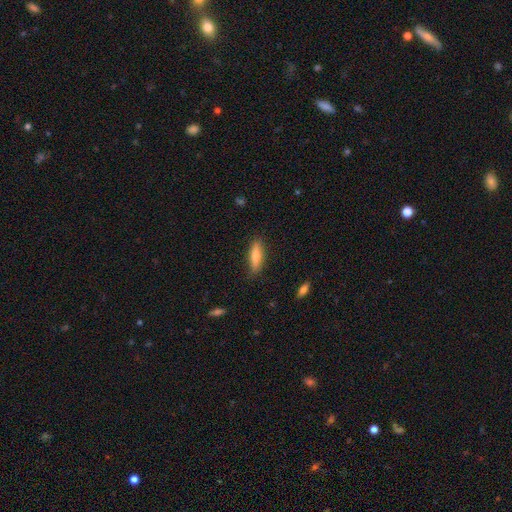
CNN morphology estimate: The model was most divided on "how rounded": cigar-shaped: 68%, in between: 30%, round: 2%. More confident: merging — none (84%); smooth or featured — smooth (68%).